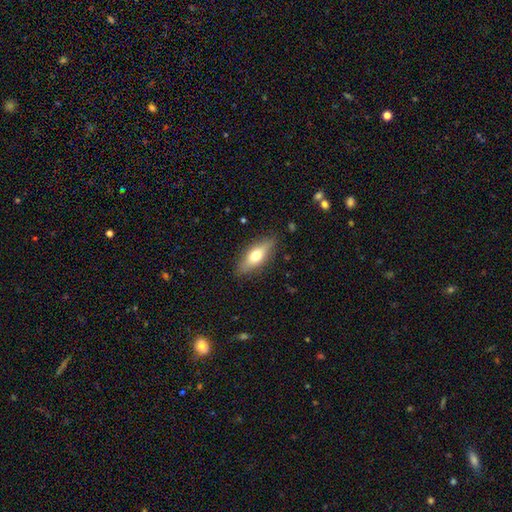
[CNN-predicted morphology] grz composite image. It shows a smooth galaxy with no disk features (60%) that is in between round and cigar-shaped (62%). Merging: none (85%).